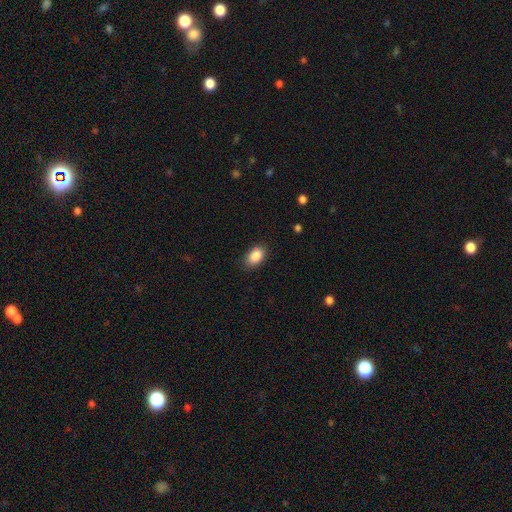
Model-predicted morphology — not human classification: Smooth or featured? smooth (89%)
How rounded? in between (88%)
Merging? none (85%)